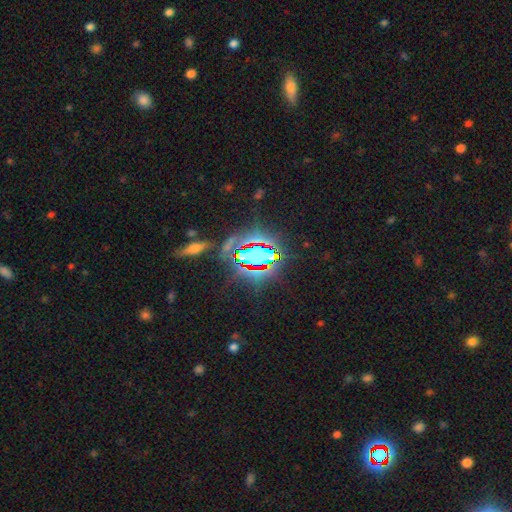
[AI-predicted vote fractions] smooth-or-featured: star or artifact: 71% | smooth: 17% | featured or disk: 12%